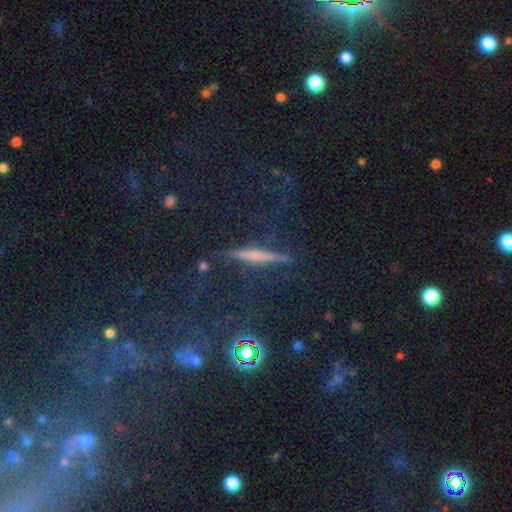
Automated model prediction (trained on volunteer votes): Smooth or featured: featured or disk — 47% (star or artifact — 28%)
Merging: none — 83% (minor disturbance — 10%)